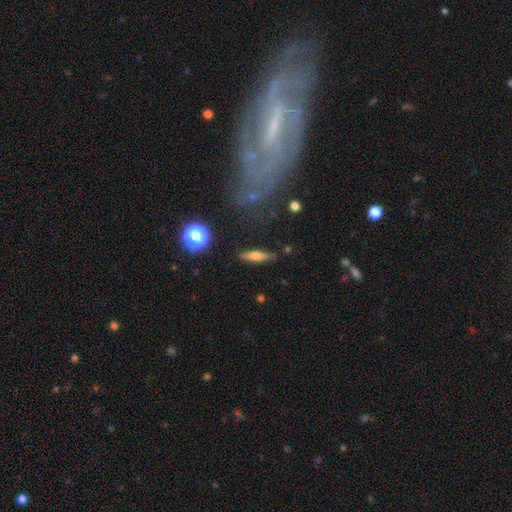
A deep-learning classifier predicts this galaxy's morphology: This appears to be a smooth galaxy with no disk features (58%) that is cigar-shaped (74%). Merging: none (85%).